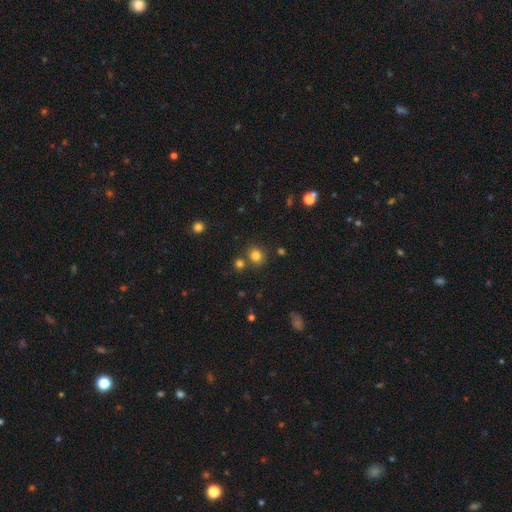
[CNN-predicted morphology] Q: Smooth or featured?
A: smooth (80%); runner-up: star or artifact (14%)
Q: How rounded?
A: round (81%); runner-up: in between (18%)
Q: Merging?
A: none (77%); runner-up: merger (12%)